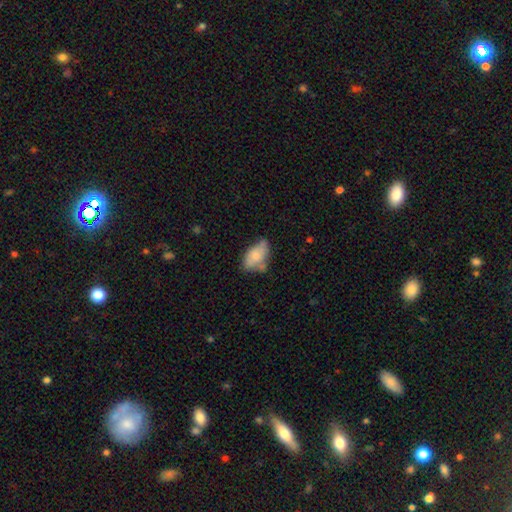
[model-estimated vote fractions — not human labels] Q: Smooth or featured?
A: smooth (71%); runner-up: featured or disk (22%)
Q: How rounded?
A: in between (91%); runner-up: round (6%)
Q: Merging?
A: none (43%); runner-up: minor disturbance (33%)